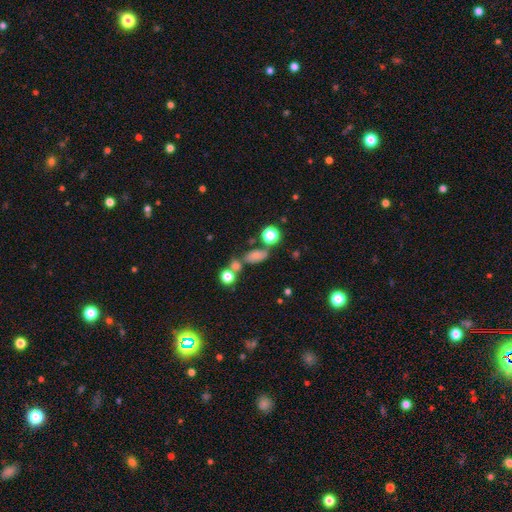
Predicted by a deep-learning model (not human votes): Q: Smooth or featured?
A: smooth (68%); runner-up: star or artifact (19%)
Q: How rounded?
A: in between (76%); runner-up: round (15%)
Q: Merging?
A: none (53%); runner-up: merger (21%)